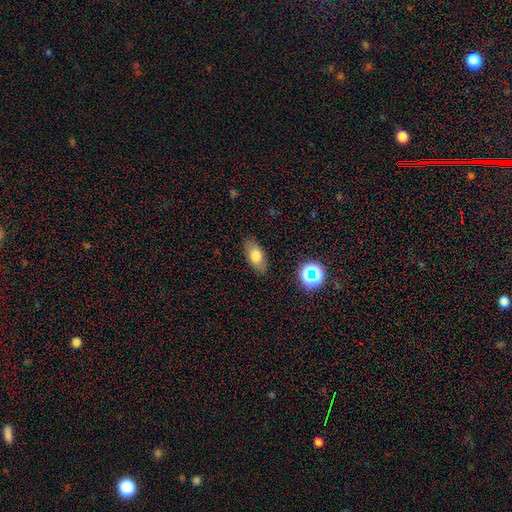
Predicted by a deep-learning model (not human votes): Q: Smooth or featured?
A: smooth (71%); runner-up: featured or disk (19%)
Q: How rounded?
A: in between (88%); runner-up: round (6%)
Q: Merging?
A: none (83%); runner-up: minor disturbance (12%)